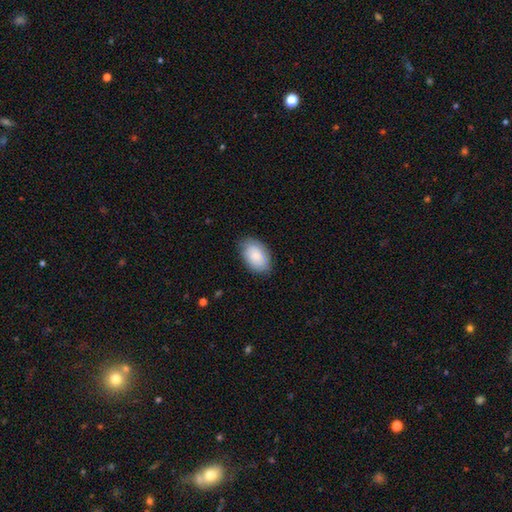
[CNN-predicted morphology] smooth 81%, featured or disk 12%, star or artifact 6%. Down the decision tree: how rounded — in between (90%); merging — none (81%).